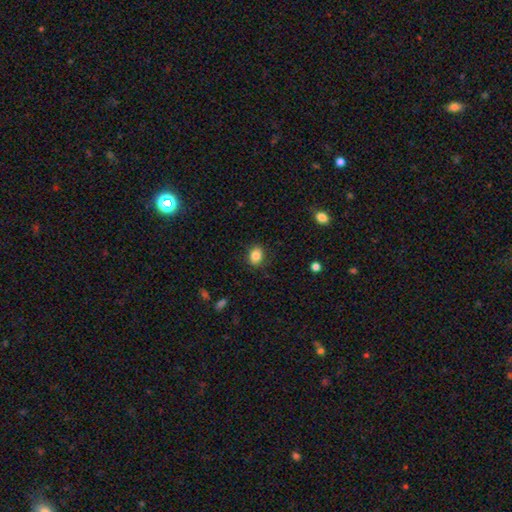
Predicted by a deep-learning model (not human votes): Smooth or featured? smooth (85%)
How rounded? in between (60%)
Merging? none (84%)